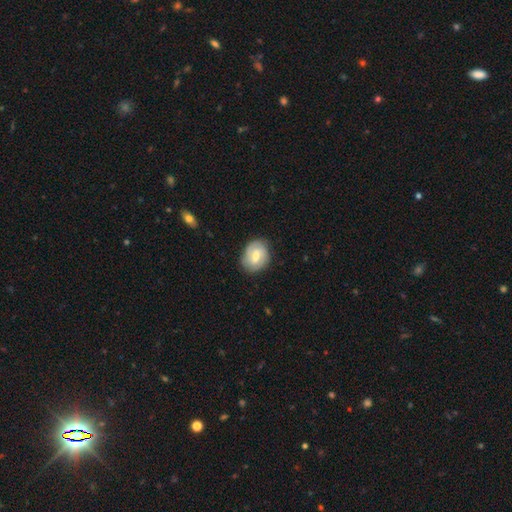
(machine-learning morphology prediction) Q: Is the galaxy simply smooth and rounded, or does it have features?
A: featured or disk — 56%.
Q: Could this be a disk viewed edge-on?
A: no — 97%.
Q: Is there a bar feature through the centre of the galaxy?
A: weak — 58%.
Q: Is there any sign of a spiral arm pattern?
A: yes — 81%.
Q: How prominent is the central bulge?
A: moderate — 56%.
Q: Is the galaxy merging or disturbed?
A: none — 80%.